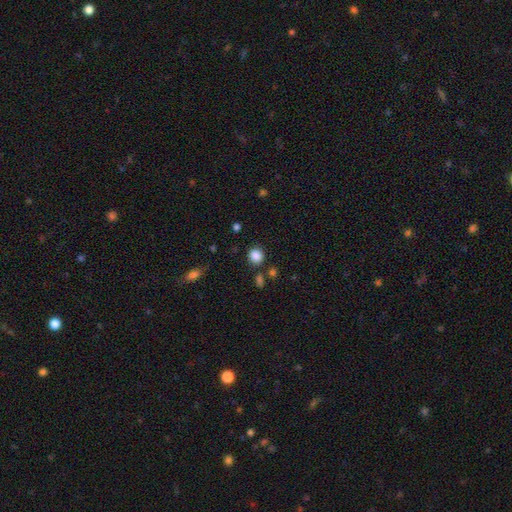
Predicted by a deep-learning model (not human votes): This is clearly a smooth galaxy (86%). How rounded: likely round (79%). Merging: clearly none (81%).